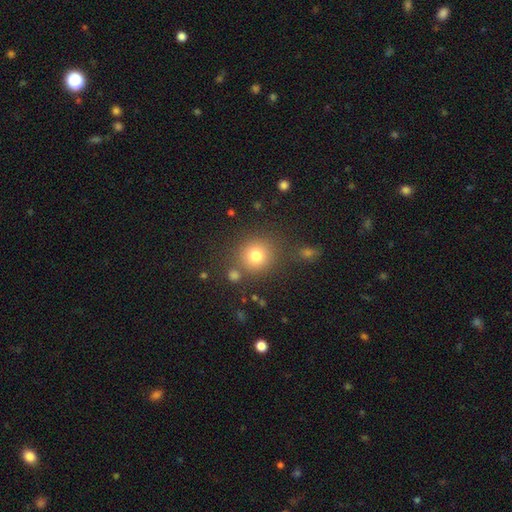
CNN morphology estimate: The model was most divided on "smooth or featured": smooth: 78%, star or artifact: 13%, featured or disk: 8%. More confident: how rounded — round (90%); merging — none (78%).